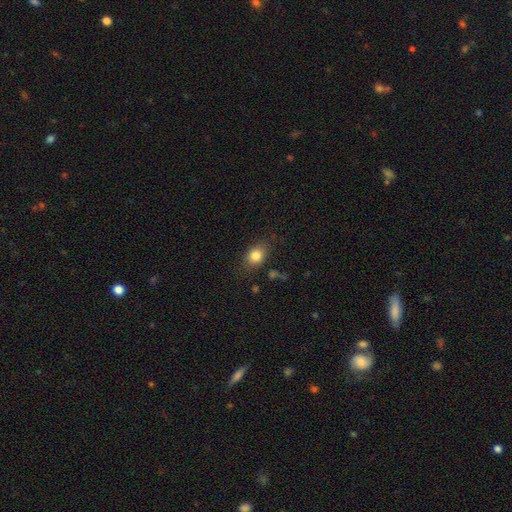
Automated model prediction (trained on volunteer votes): Q: Smooth or featured?
A: smooth (82%); runner-up: star or artifact (9%)
Q: How rounded?
A: in between (69%); runner-up: round (30%)
Q: Merging?
A: none (78%); runner-up: minor disturbance (15%)